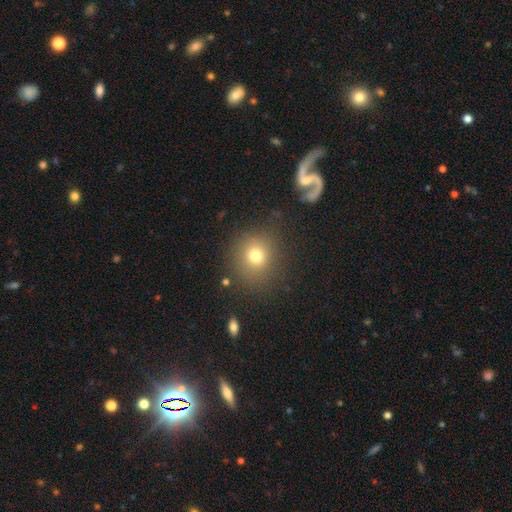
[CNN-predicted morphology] smooth-or-featured: smooth: 74% | star or artifact: 16% | featured or disk: 10%
  how-rounded: round: 84% | in between: 15% | cigar-shaped: 1%
  merging: none: 84% | minor disturbance: 10% | major disturbance: 5% | merger: 2%